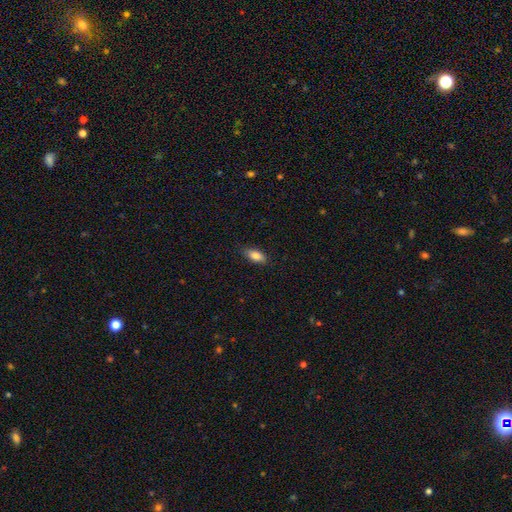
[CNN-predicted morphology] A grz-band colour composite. It shows a smooth galaxy with no disk features (84%) that is in between round and cigar-shaped (86%). Merging: none (85%).